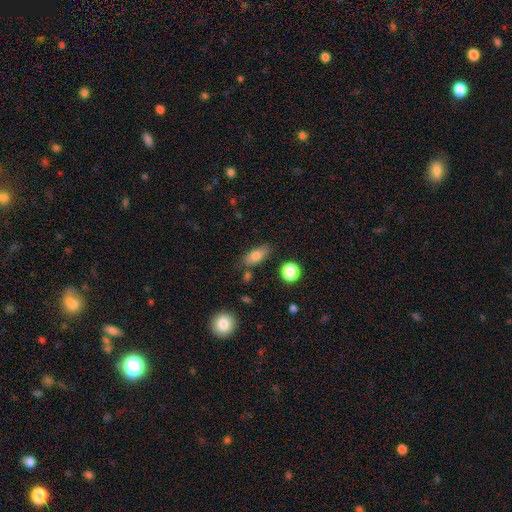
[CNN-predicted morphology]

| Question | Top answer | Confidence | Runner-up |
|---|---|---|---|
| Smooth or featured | smooth | 76% | featured or disk (15%) |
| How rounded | in between | 75% | cigar-shaped (18%) |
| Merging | none | 76% | minor disturbance (15%) |